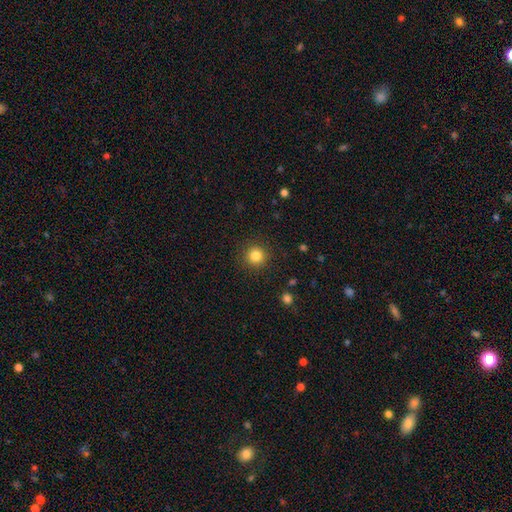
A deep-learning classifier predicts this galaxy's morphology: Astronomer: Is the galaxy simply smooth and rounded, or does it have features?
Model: smooth — 83%.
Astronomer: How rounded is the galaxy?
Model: round — 95%.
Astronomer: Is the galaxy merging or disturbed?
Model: none — 90%.